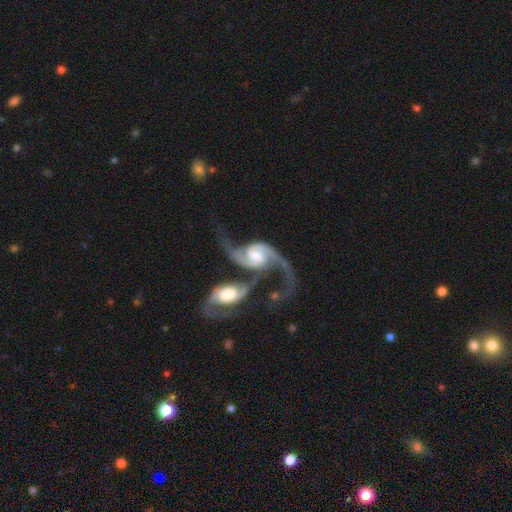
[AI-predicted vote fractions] Overall: featured or disk (93%). Edge-on disk: no (97%). Bar: weak (50%; no 27%). Spiral arms: yes (98%). Spiral arm count: 2 (92%). Spiral winding: loose (56%; medium 36%). Bulge size: moderate (53%; small 23%). Merging: merger (61%; none 21%).